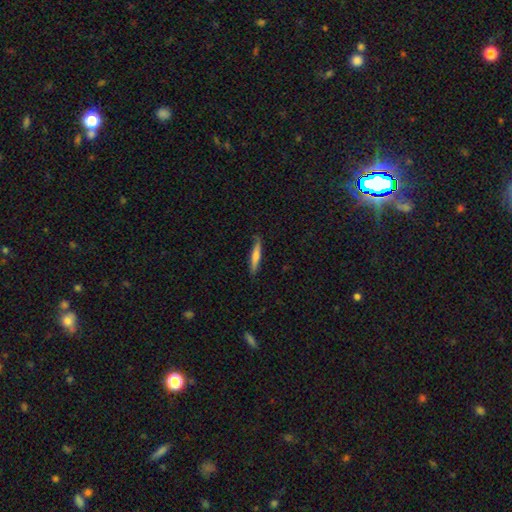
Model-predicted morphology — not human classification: smooth 66%, featured or disk 28%, star or artifact 6%. Down the decision tree: how rounded — cigar-shaped (91%); merging — none (83%).